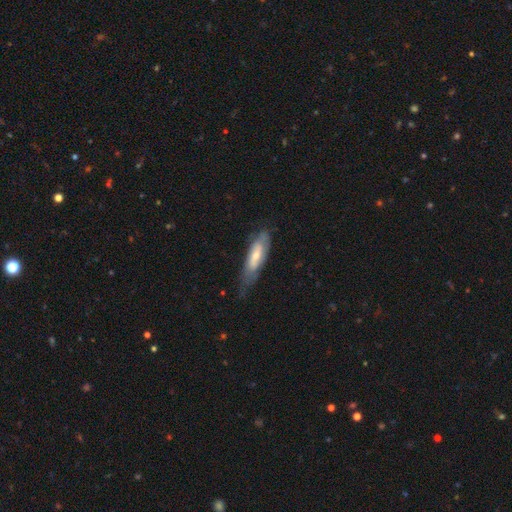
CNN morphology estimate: Overall: featured or disk (49%; smooth 46%). Merging: none (50%; minor disturbance 33%).